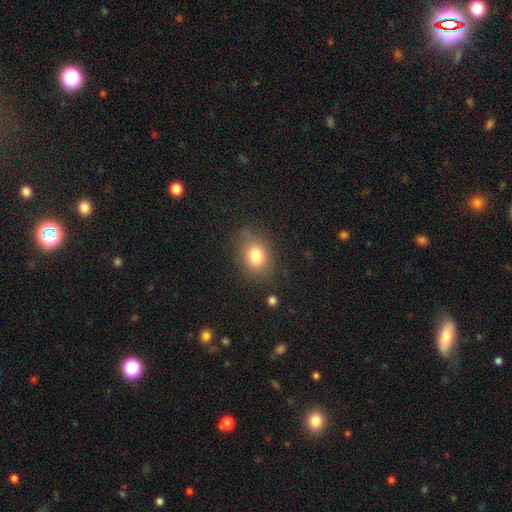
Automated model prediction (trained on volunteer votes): Morphology: type=smooth (79%); roundness=in between (62%); merging=none (73%).